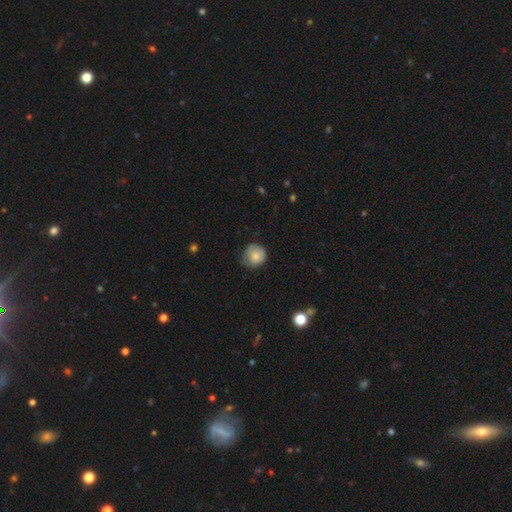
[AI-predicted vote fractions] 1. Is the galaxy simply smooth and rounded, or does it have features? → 78% smooth, 14% featured or disk, 8% star or artifact.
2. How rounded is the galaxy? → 86% round, 13% in between, 1% cigar-shaped.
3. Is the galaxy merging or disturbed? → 51% none, 38% minor disturbance, 9% major disturbance, 1% merger.